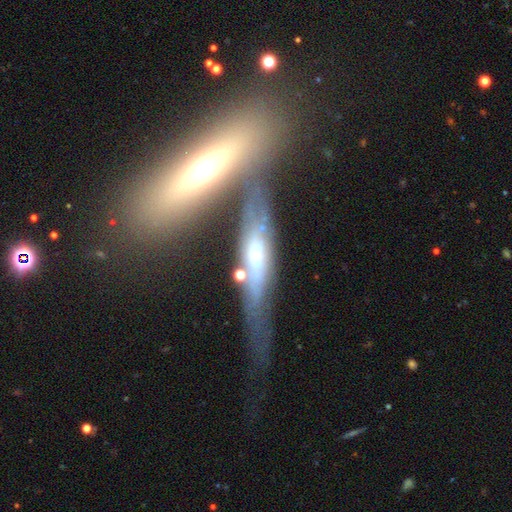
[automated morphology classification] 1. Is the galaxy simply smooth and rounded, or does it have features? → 68% featured or disk, 23% smooth, 9% star or artifact.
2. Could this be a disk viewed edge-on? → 71% yes, 29% no.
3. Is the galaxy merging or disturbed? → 44% none, 29% merger, 16% minor disturbance, 11% major disturbance.